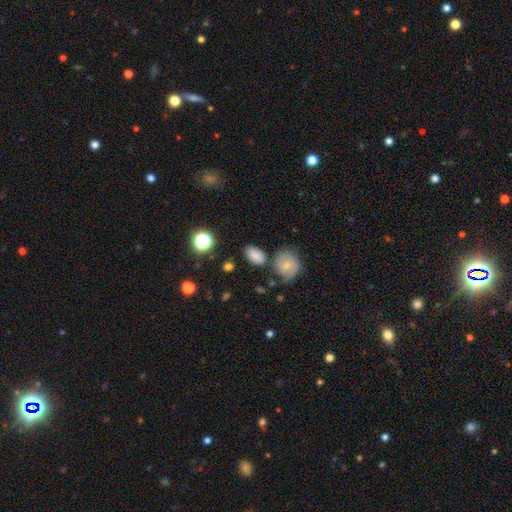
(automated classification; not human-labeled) smooth_or_featured: smooth (p=0.80) [alt: star or artifact p=0.10]
how_rounded: in between (p=0.86) [alt: round p=0.12]
merging: none (p=0.70) [alt: minor disturbance p=0.16]